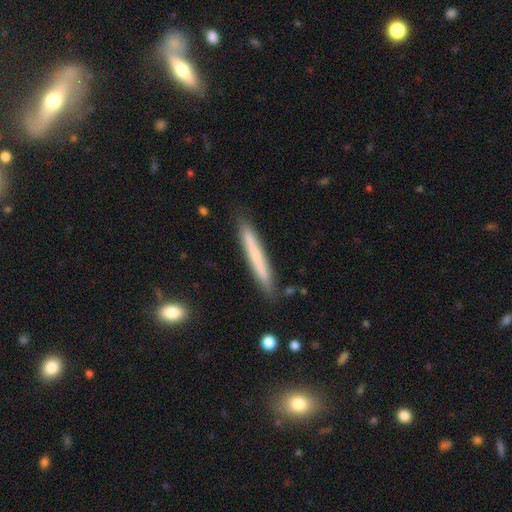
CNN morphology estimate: smooth 65%, featured or disk 28%, star or artifact 6%. Down the decision tree: how rounded — cigar-shaped (97%); merging — none (87%).